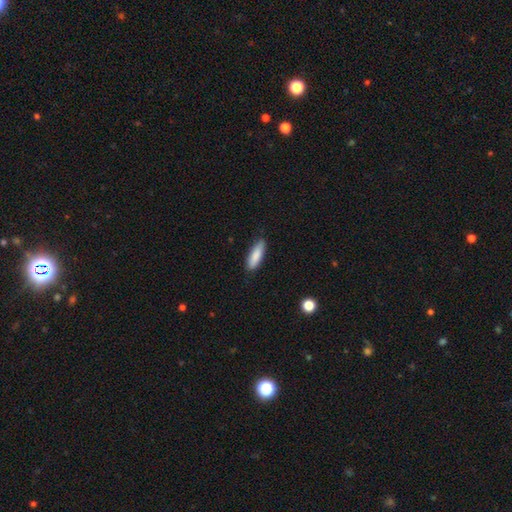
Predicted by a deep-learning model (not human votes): Smooth or featured?
  - smooth: 86% *
  - featured or disk: 8%
  - star or artifact: 6%
How rounded?
  - in between: 50% *
  - cigar-shaped: 49%
  - round: 2%
Merging?
  - none: 83% *
  - minor disturbance: 14%
  - major disturbance: 2%
  - merger: 1%